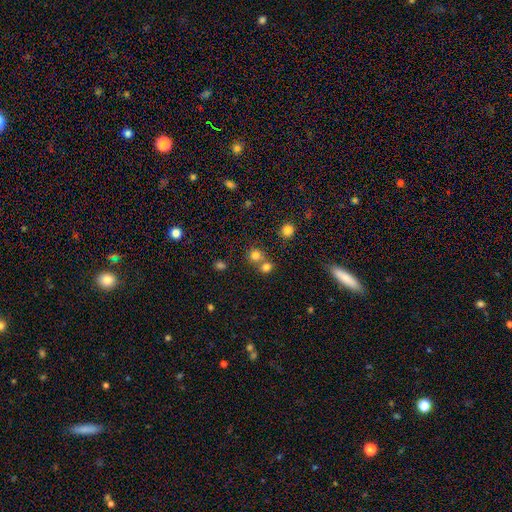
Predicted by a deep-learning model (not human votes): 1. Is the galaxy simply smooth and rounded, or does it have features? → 76% smooth, 16% star or artifact, 7% featured or disk.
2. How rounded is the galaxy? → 86% round, 13% in between, 1% cigar-shaped.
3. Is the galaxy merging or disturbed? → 54% none, 37% merger, 6% minor disturbance, 3% major disturbance.